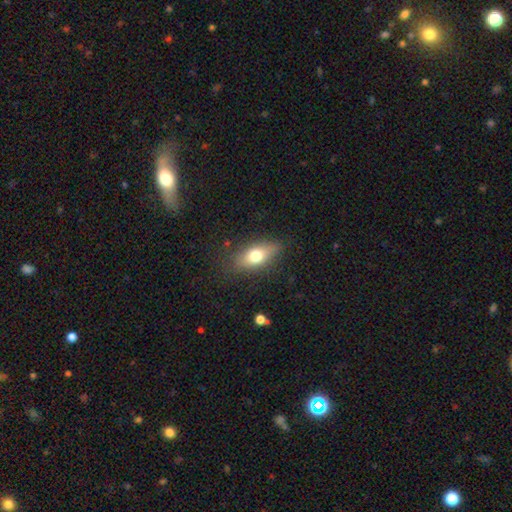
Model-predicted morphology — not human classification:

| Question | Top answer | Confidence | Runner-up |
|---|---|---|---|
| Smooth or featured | smooth | 70% | featured or disk (22%) |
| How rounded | in between | 77% | cigar-shaped (14%) |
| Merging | none | 81% | minor disturbance (14%) |